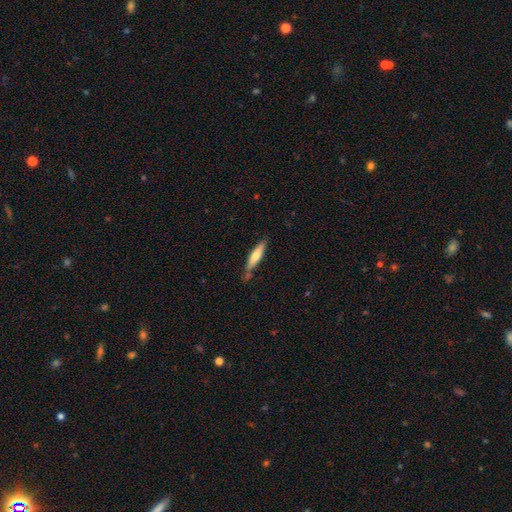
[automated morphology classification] Smooth or featured?
  - smooth: 65% *
  - featured or disk: 29%
  - star or artifact: 6%
How rounded?
  - cigar-shaped: 82% *
  - in between: 17%
  - round: 1%
Merging?
  - none: 71% *
  - minor disturbance: 18%
  - merger: 8%
  - major disturbance: 3%